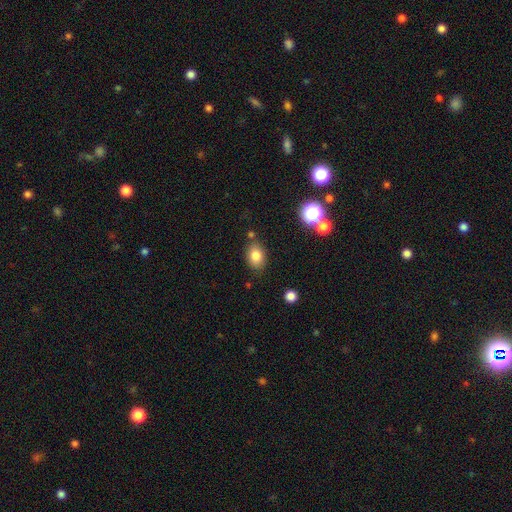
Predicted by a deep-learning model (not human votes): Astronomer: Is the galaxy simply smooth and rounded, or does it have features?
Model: smooth — 81%.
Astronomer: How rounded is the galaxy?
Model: in between — 74%.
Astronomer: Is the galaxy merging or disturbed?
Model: none — 78%.